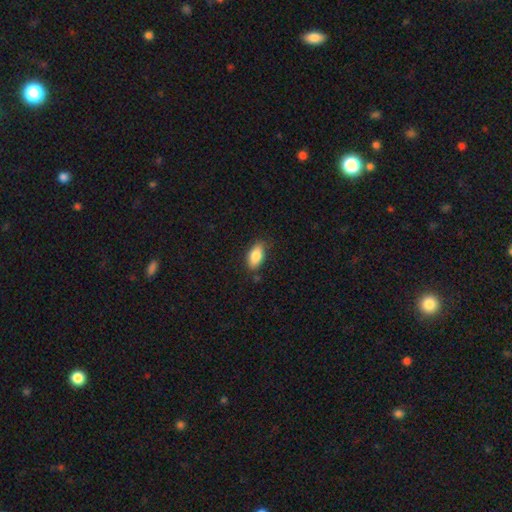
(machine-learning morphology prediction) Smooth or featured?
  - smooth: 85% *
  - featured or disk: 8%
  - star or artifact: 7%
How rounded?
  - in between: 91% *
  - cigar-shaped: 6%
  - round: 4%
Merging?
  - none: 79% *
  - minor disturbance: 17%
  - major disturbance: 3%
  - merger: 2%